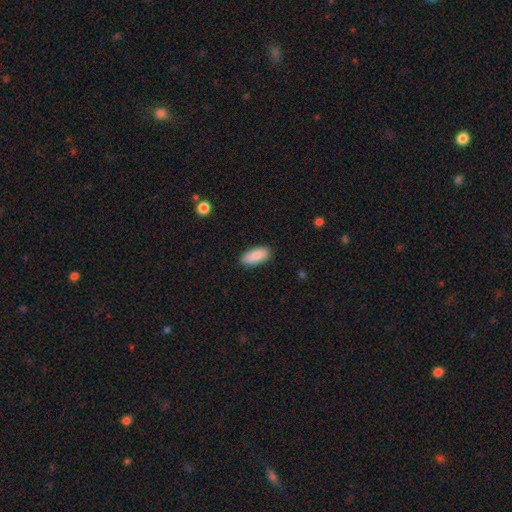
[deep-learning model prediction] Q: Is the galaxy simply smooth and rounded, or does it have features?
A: smooth — 89%.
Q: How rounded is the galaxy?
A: in between — 84%.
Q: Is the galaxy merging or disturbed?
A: none — 87%.